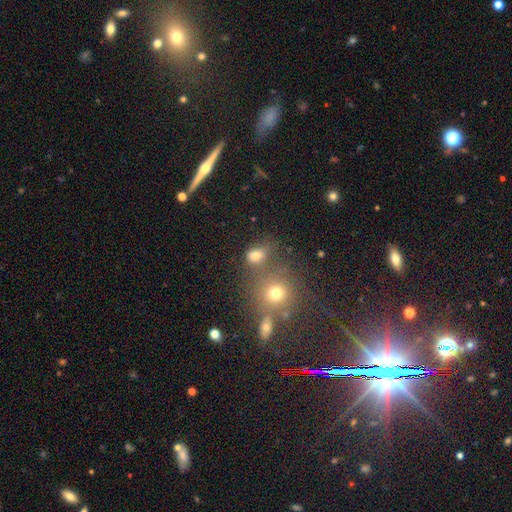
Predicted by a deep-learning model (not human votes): Morphology: type=smooth (73%); roundness=in between (56%); merging=none (52%).